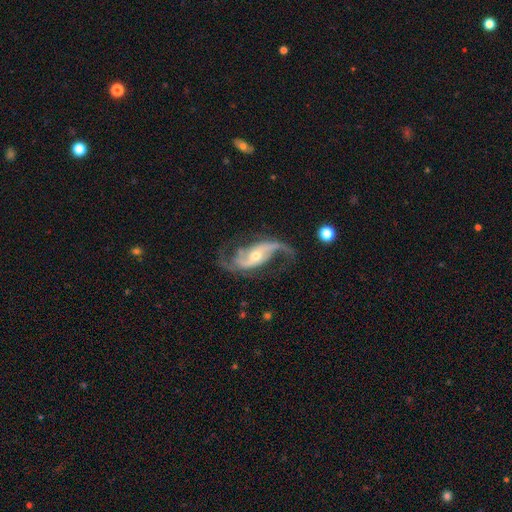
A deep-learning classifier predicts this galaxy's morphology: This appears to be a featured or disk galaxy (90%) with no bar (40%), 2 (91%) loose (72%) spiral arms (97%) and a moderate central bulge (50%). Merging: none (65%).